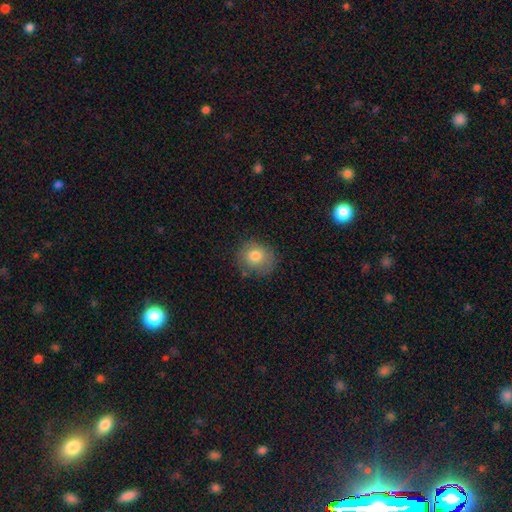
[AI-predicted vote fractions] A smooth galaxy with no disk features (78%) that is round (72%). Merging: none (77%).